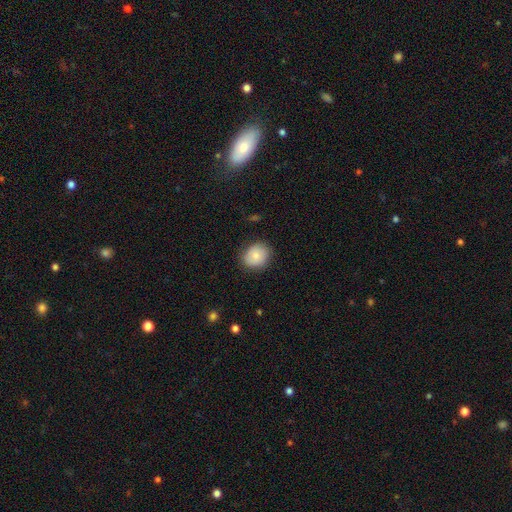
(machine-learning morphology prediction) The model was most divided on "how rounded": round: 68%, in between: 31%, cigar-shaped: 1%. More confident: smooth or featured — smooth (81%); merging — none (81%).